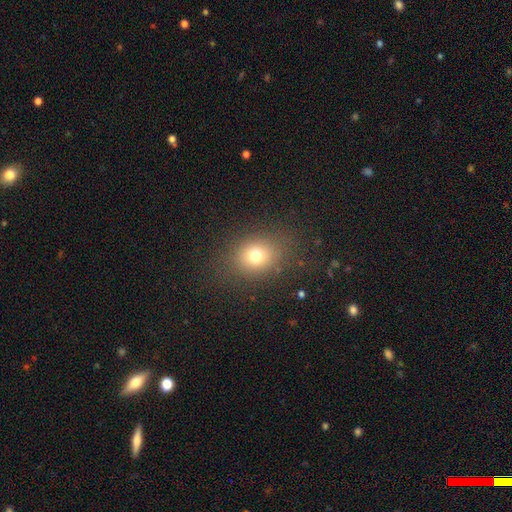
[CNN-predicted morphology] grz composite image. It shows a smooth galaxy with no disk features (74%) that is round (60%). Merging: none (82%).